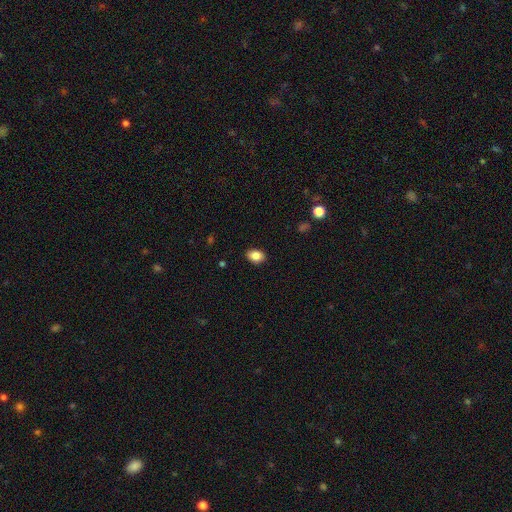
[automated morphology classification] A smooth galaxy with no disk features (86%) that is in between round and cigar-shaped (74%).

Vote fractions:
- Smooth or featured? smooth: 86% / star or artifact: 8% / featured or disk: 6%
- How rounded? in between: 74% / round: 25% / cigar-shaped: 1%
- Merging? none: 89% / minor disturbance: 8% / major disturbance: 2% / merger: 1%